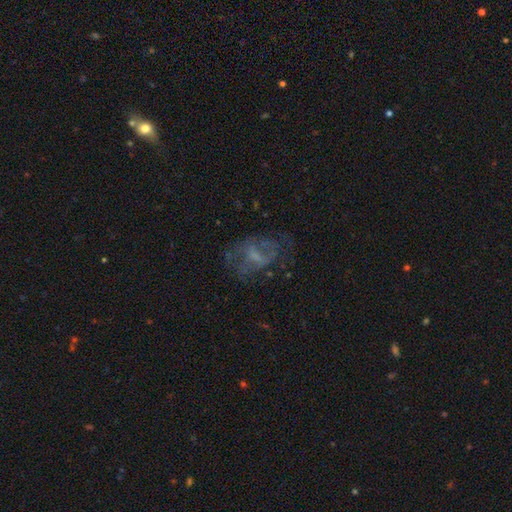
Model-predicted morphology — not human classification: This appears to be a featured or disk galaxy (56%) with no bar (48%), no spiral arms (57%) and no central bulge (42%). Merging: none (48%).